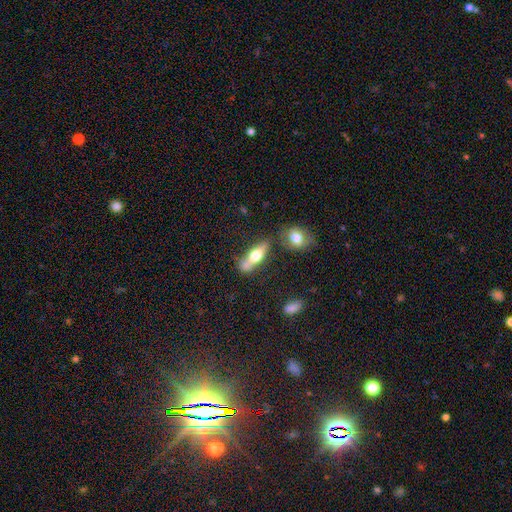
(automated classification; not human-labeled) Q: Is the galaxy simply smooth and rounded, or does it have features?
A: smooth — 57%.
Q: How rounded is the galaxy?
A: in between — 52%.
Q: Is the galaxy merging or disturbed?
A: none — 50%.